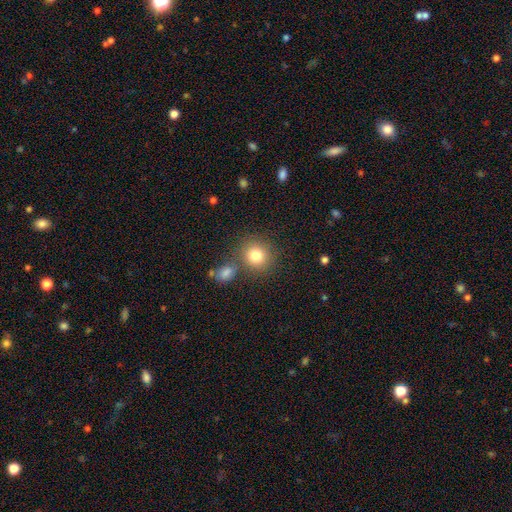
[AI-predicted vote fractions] Smooth or featured: smooth — 81% (star or artifact — 11%)
How rounded: round — 86% (in between — 13%)
Merging: none — 74% (merger — 14%)